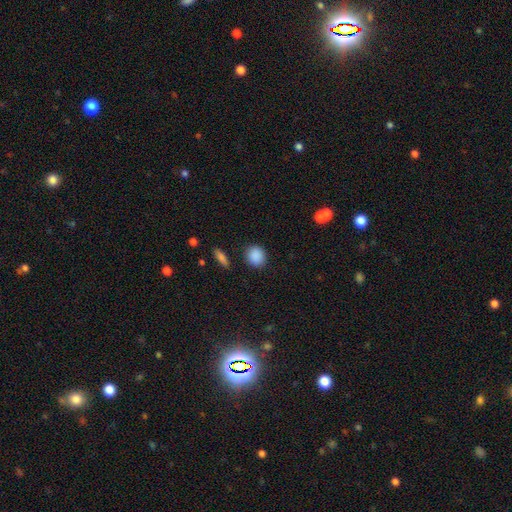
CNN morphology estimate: A smooth galaxy with no disk features (89%) that is round (74%). Merging: none (88%).